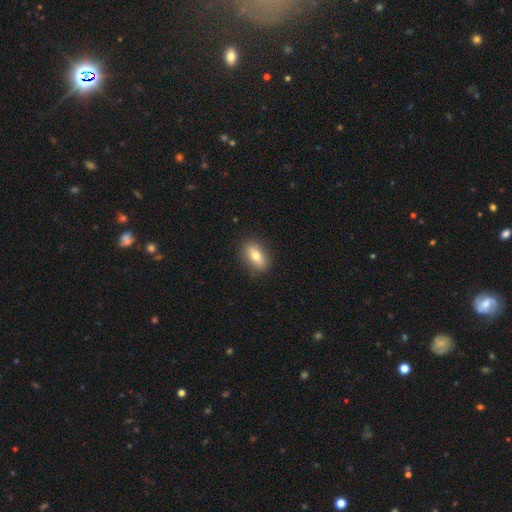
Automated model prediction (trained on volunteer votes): smooth-or-featured: smooth: 73% | featured or disk: 19% | star or artifact: 8%
  how-rounded: in between: 81% | round: 11% | cigar-shaped: 9%
  merging: none: 87% | minor disturbance: 10% | major disturbance: 2% | merger: 1%